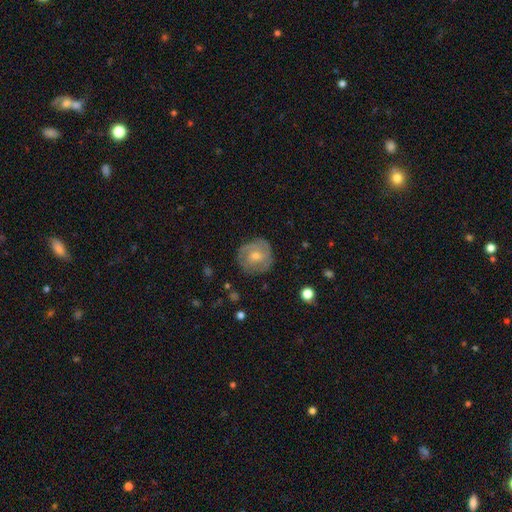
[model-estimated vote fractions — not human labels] A featured or disk galaxy (58%) with no bar (68%), spiral arms (72%) and a moderate central bulge (49%).

Vote fractions:
- Smooth or featured? featured or disk: 58% / smooth: 34% / star or artifact: 7%
- Edge-on disk? no: 97% / yes: 3%
- Bar? no: 68% / weak: 27% / strong: 6%
- Spiral arms? yes: 72% / no: 28%
- Bulge size? moderate: 49% / small: 47% / large: 2% / none: 1% / dominant: 1%
- Merging? none: 77% / minor disturbance: 16% / major disturbance: 5% / merger: 1%